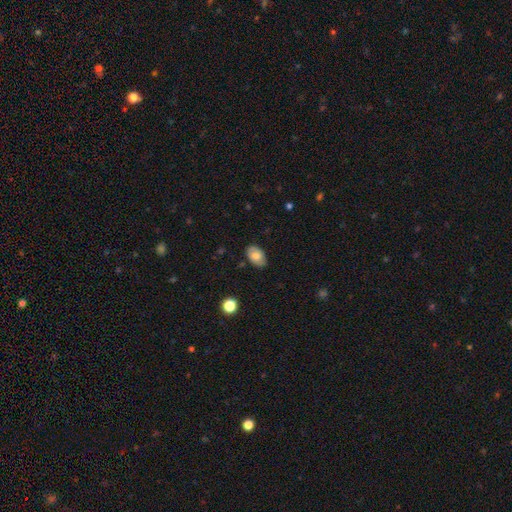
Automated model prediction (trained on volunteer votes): Morphology: type=smooth (67%); roundness=in between (89%); merging=none (81%).